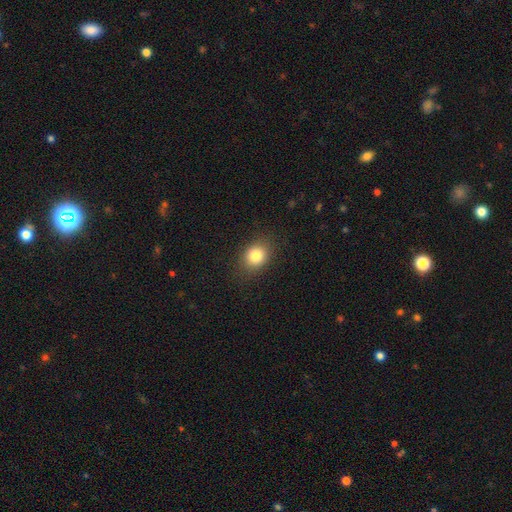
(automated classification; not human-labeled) smooth 82%, star or artifact 10%, featured or disk 8%. Down the decision tree: how rounded — round (53%); merging — none (85%).